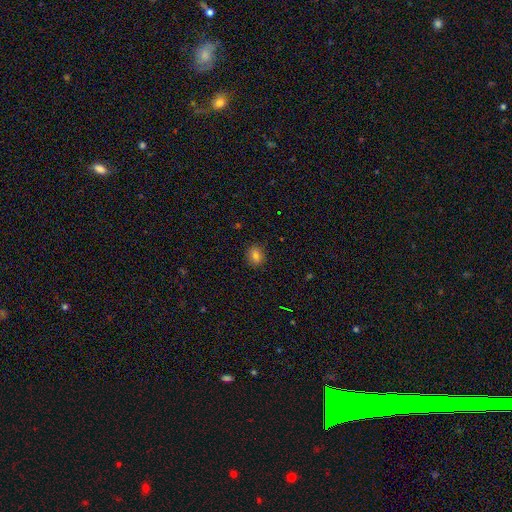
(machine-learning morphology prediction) A smooth galaxy with no disk features (78%) that is round (67%).

Vote fractions:
- Smooth or featured? smooth: 78% / star or artifact: 13% / featured or disk: 10%
- How rounded? round: 67% / in between: 32% / cigar-shaped: 1%
- Merging? none: 89% / minor disturbance: 8% / major disturbance: 2% / merger: 1%